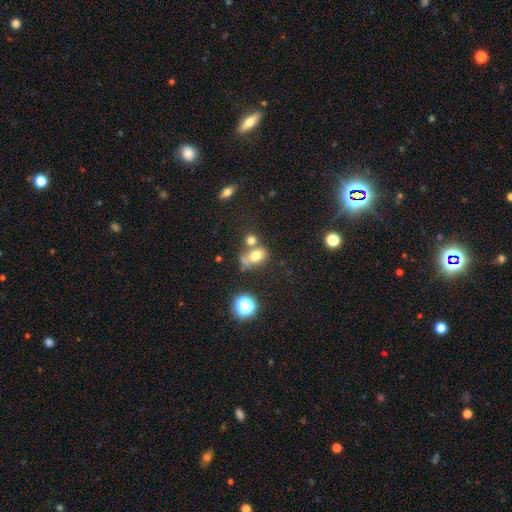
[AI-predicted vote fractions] A smooth galaxy with no disk features (70%) that is in between round and cigar-shaped (62%).

Vote fractions:
- Smooth or featured? smooth: 70% / star or artifact: 15% / featured or disk: 15%
- How rounded? in between: 62% / round: 36% / cigar-shaped: 2%
- Merging? merger: 37% / none: 36% / minor disturbance: 16% / major disturbance: 11%